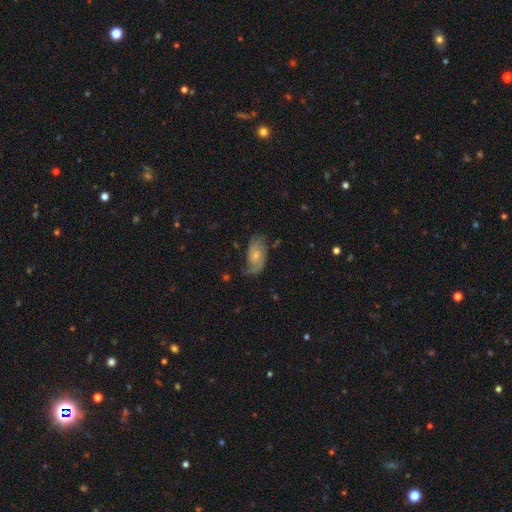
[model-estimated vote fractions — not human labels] smooth-or-featured: featured or disk: 63% | smooth: 30% | star or artifact: 7%
  disk-edge-on: no: 95% | yes: 5%
    bar: no: 73% | weak: 23% | strong: 4%
    has-spiral-arms: yes: 88% | no: 12%
      spiral-winding: medium: 38% | loose: 35% | tight: 27%
      spiral-arm-count: 2: 60% | 1: 18% | can't tell: 15% | 3: 4% | 4: 2% | more than 4: 2%
    bulge-size: small: 54% | moderate: 37% | none: 4% | large: 3% | dominant: 1%
  merging: none: 57% | minor disturbance: 26% | major disturbance: 16% | merger: 2%